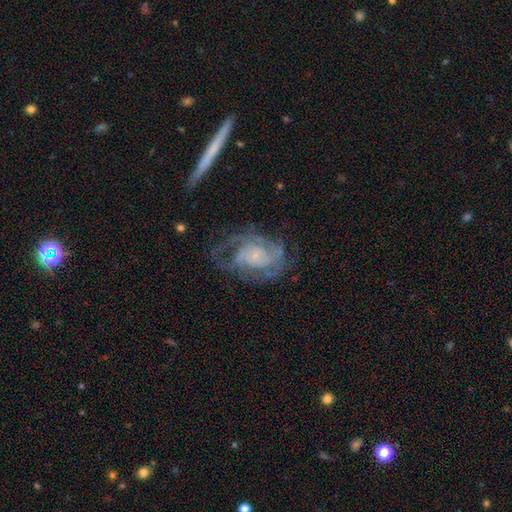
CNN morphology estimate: A featured or disk galaxy (83%) with no bar (68%), tight (51%) spiral arms (92%) and a small central bulge (67%). Merging: none (59%).